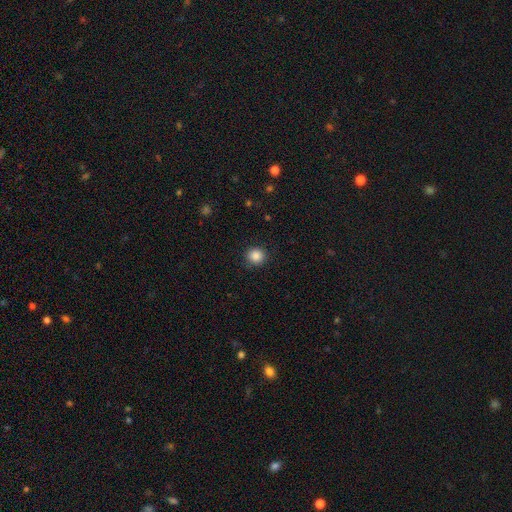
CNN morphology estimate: smooth-or-featured: smooth: 86% | star or artifact: 10% | featured or disk: 4%
  how-rounded: round: 92% | in between: 7% | cigar-shaped: 1%
  merging: none: 89% | minor disturbance: 7% | major disturbance: 2% | merger: 1%